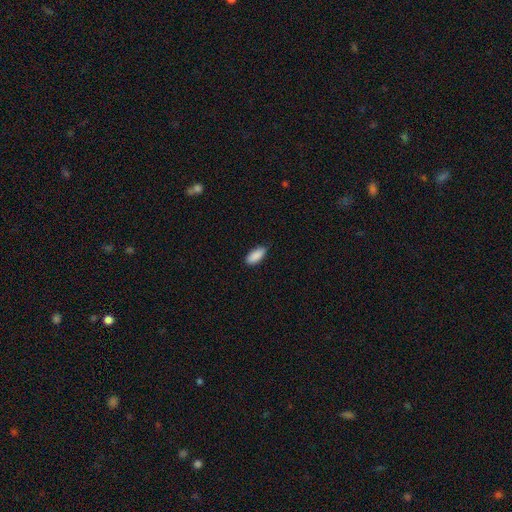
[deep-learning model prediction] A smooth galaxy with no disk features (90%) that is in between round and cigar-shaped (89%). Merging: none (85%).